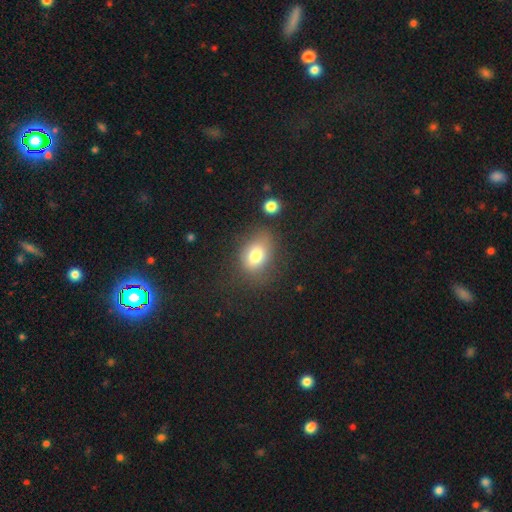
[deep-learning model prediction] The model was most divided on "how rounded": in between: 68%, round: 31%, cigar-shaped: 1%. More confident: smooth or featured — smooth (76%); merging — none (65%).